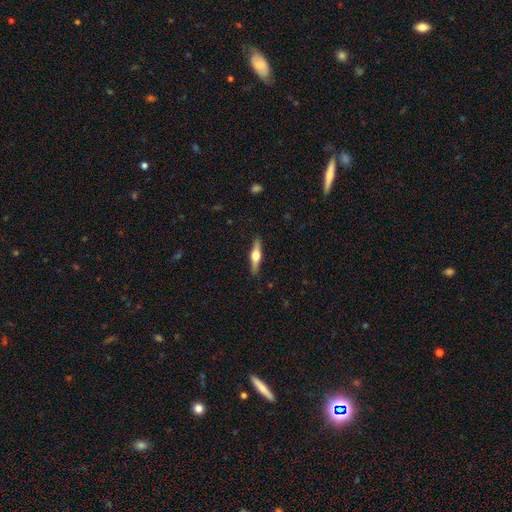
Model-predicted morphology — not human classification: A featured or disk galaxy (66%) viewed edge-on (97%) with a rounded central bulge (95%). Merging: none (89%).